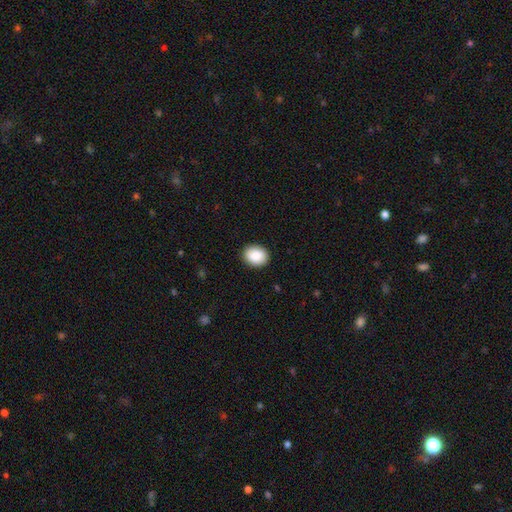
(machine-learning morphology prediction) The model was most divided on "how rounded": in between: 52%, round: 47%, cigar-shaped: 1%. More confident: merging — none (90%); smooth or featured — smooth (88%).